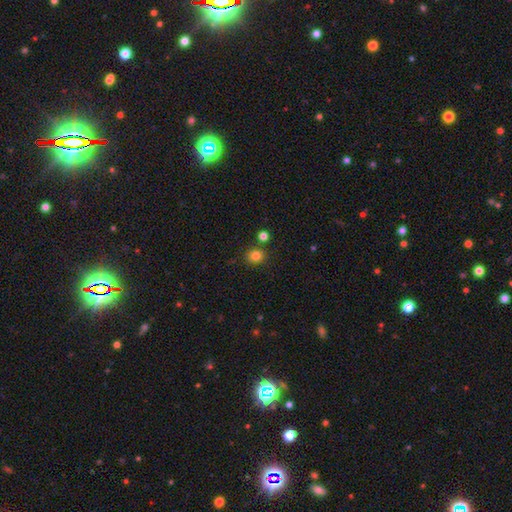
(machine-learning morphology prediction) Q: Smooth or featured?
A: smooth (81%); runner-up: star or artifact (14%)
Q: How rounded?
A: round (79%); runner-up: in between (20%)
Q: Merging?
A: none (81%); runner-up: minor disturbance (9%)